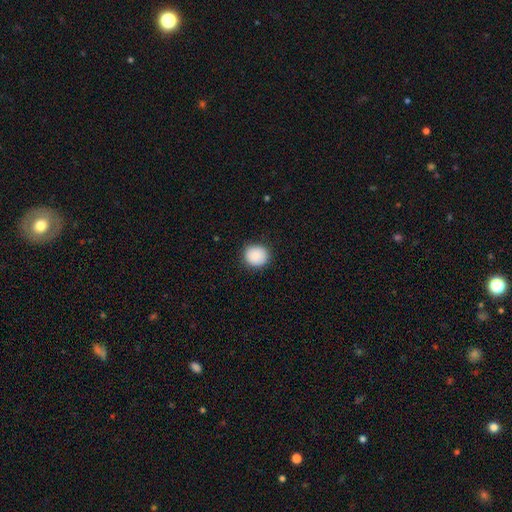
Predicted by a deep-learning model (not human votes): The model was most divided on "how rounded": round: 84%, in between: 15%, cigar-shaped: 1%. More confident: smooth or featured — smooth (90%); merging — none (89%).